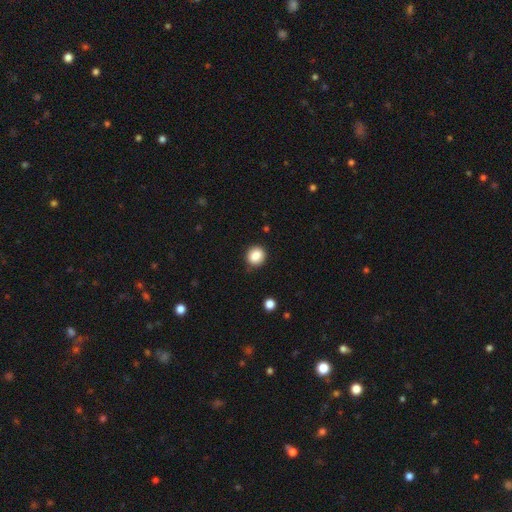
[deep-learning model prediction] Morphology: type=smooth (87%); roundness=round (79%); merging=none (86%).